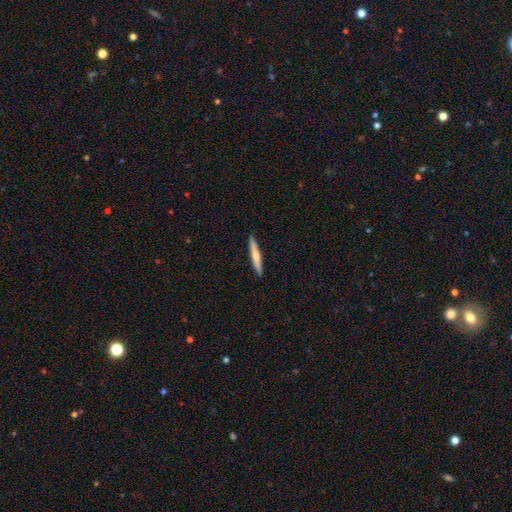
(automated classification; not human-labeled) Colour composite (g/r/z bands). It shows a smooth galaxy with no disk features (59%) that is cigar-shaped (95%). Merging: none (92%).